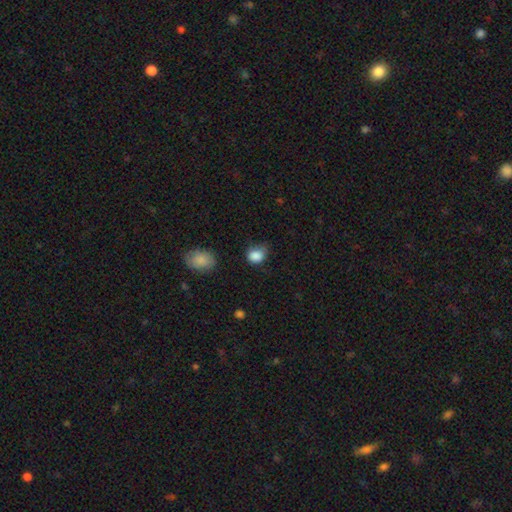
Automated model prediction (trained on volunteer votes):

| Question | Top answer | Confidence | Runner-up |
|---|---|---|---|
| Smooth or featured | smooth | 86% | star or artifact (9%) |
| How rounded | round | 50% | in between (49%) |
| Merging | none | 50% | minor disturbance (37%) |